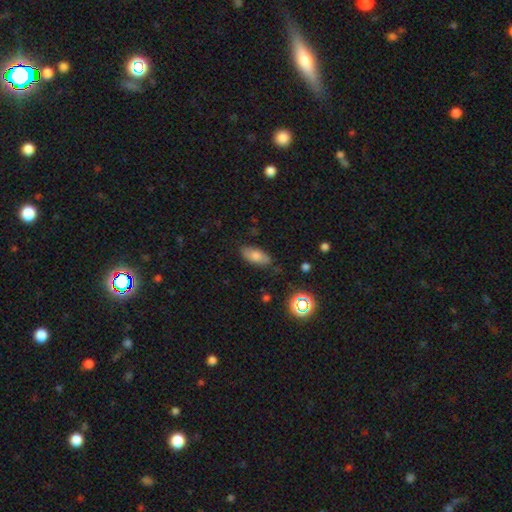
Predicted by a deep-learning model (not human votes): Overall: smooth (73%). How rounded: in between (85%). Merging: none (80%).